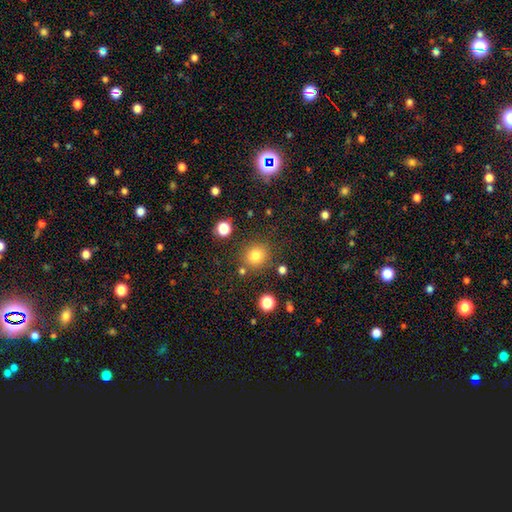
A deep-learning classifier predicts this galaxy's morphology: smooth-or-featured: smooth: 80% | star or artifact: 14% | featured or disk: 7%
  how-rounded: round: 85% | in between: 14% | cigar-shaped: 1%
  merging: none: 81% | minor disturbance: 10% | merger: 6% | major disturbance: 3%